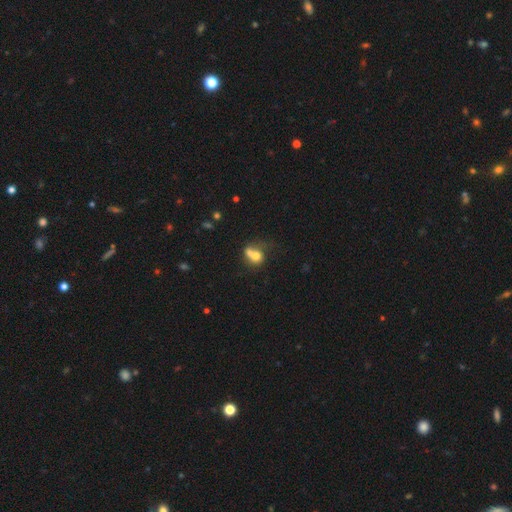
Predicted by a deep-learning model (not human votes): smooth 66%, featured or disk 23%, star or artifact 11%. Down the decision tree: how rounded — round (60%); merging — merger (61%).